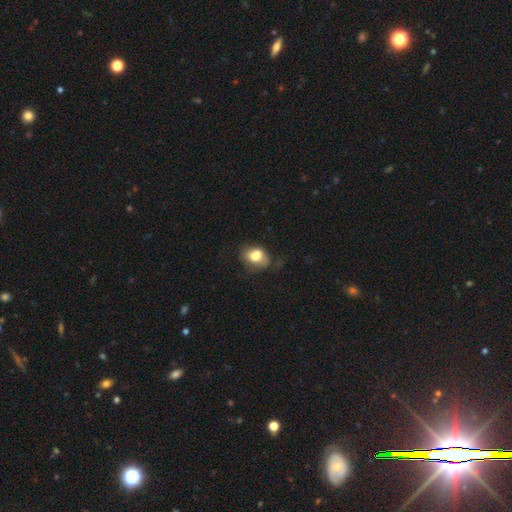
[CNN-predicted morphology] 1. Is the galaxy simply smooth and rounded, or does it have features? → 73% smooth, 17% featured or disk, 9% star or artifact.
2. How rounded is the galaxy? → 66% in between, 33% round, 1% cigar-shaped.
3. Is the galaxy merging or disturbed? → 45% none, 30% minor disturbance, 16% major disturbance, 10% merger.